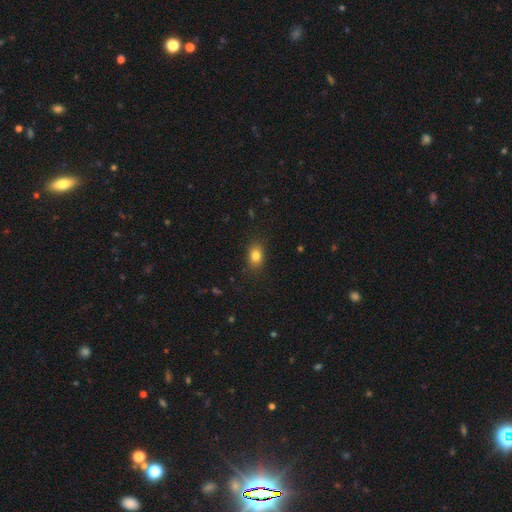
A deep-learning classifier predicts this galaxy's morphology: A smooth galaxy with no disk features (82%) that is in between round and cigar-shaped (73%). Merging: none (86%).